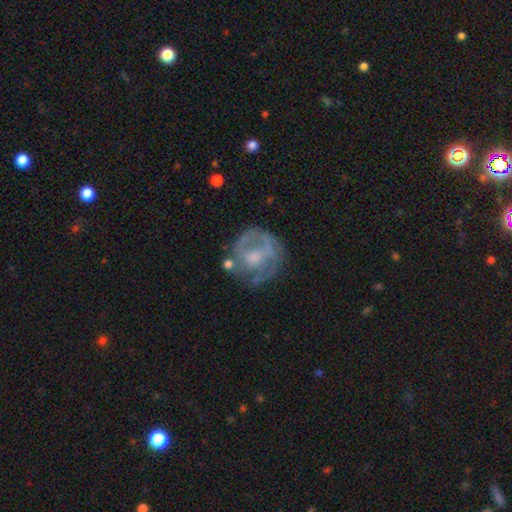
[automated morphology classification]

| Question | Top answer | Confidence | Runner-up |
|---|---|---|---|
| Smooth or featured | featured or disk | 64% | smooth (28%) |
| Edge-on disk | no | 97% | yes (3%) |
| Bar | no | 65% | weak (29%) |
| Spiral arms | yes | 54% | no (46%) |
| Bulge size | moderate | 48% | small (32%) |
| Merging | none | 61% | minor disturbance (20%) |